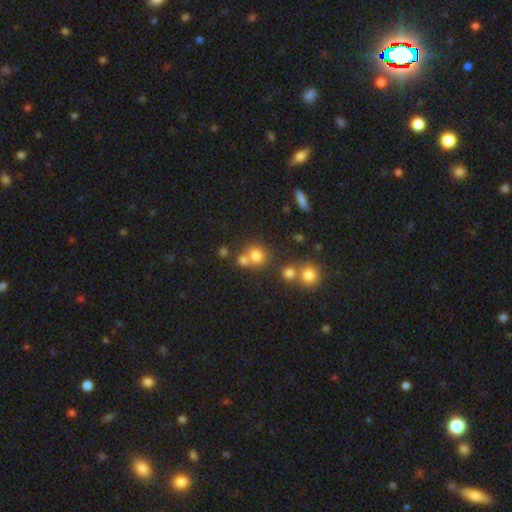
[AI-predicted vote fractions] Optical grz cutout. It shows a smooth galaxy with no disk features (75%) that is round (88%). Merging: none (57%).